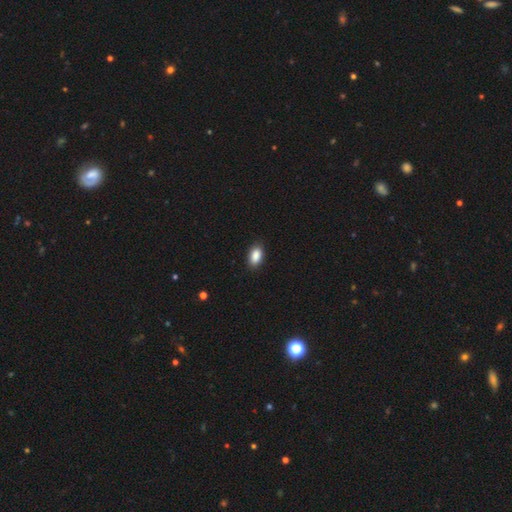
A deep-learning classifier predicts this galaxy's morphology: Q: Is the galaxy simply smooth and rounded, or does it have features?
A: smooth — 89%.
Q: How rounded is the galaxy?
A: in between — 92%.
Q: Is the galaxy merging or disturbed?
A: none — 88%.